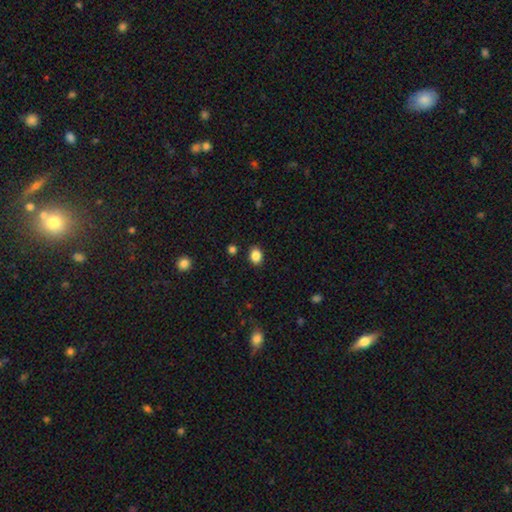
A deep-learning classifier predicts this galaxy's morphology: A smooth galaxy with no disk features (85%) that is in between round and cigar-shaped (57%). Merging: none (88%).